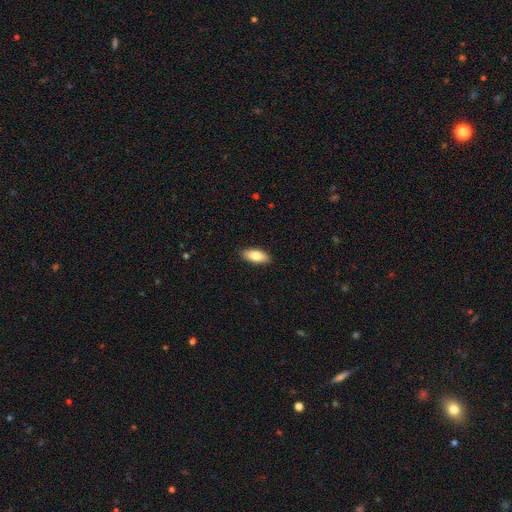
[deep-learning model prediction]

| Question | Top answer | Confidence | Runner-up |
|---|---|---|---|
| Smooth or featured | smooth | 83% | featured or disk (12%) |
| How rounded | in between | 81% | cigar-shaped (17%) |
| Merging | none | 89% | minor disturbance (8%) |